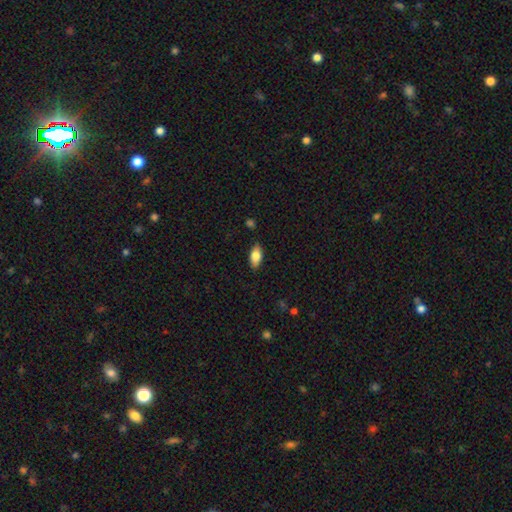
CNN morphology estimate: Smooth or featured? smooth (77%)
How rounded? in between (88%)
Merging? none (85%)